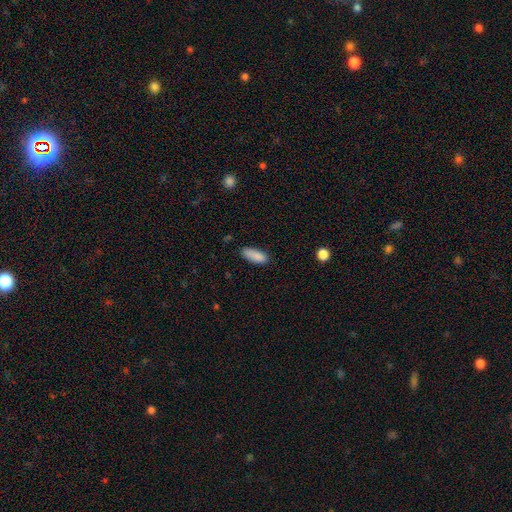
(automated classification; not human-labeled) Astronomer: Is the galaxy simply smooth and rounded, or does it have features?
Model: smooth — 88%.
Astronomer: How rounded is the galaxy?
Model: in between — 74%.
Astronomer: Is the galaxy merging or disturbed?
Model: none — 78%.